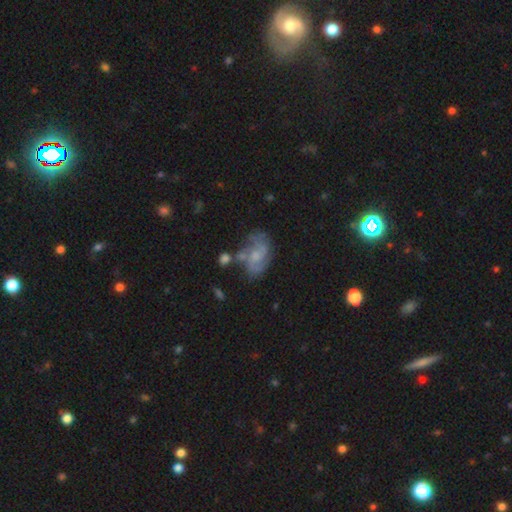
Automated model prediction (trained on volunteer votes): smooth_or_featured: featured or disk (p=0.62) [alt: smooth p=0.29]
disk_edge_on: no (p=0.97) [alt: yes p=0.03]
bar: no (p=0.65) [alt: weak p=0.31]
has_spiral_arms: yes (p=0.74) [alt: no p=0.26]
bulge_size: small (p=0.39) [alt: moderate p=0.36]
merging: none (p=0.47) [alt: minor disturbance p=0.24]